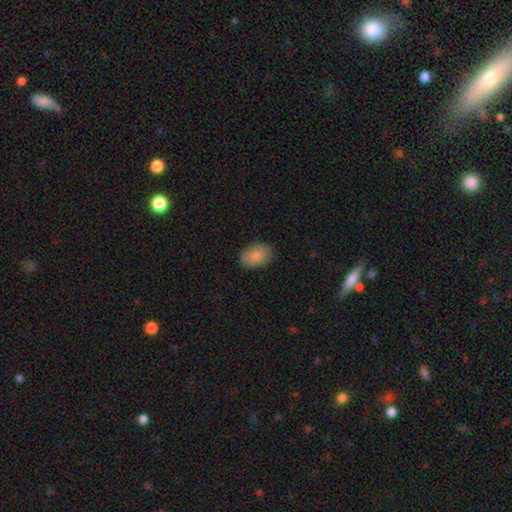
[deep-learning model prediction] Smooth or featured?
  - smooth: 86% *
  - featured or disk: 7%
  - star or artifact: 7%
How rounded?
  - in between: 84% *
  - round: 15%
  - cigar-shaped: 1%
Merging?
  - none: 84% *
  - minor disturbance: 13%
  - major disturbance: 3%
  - merger: 1%